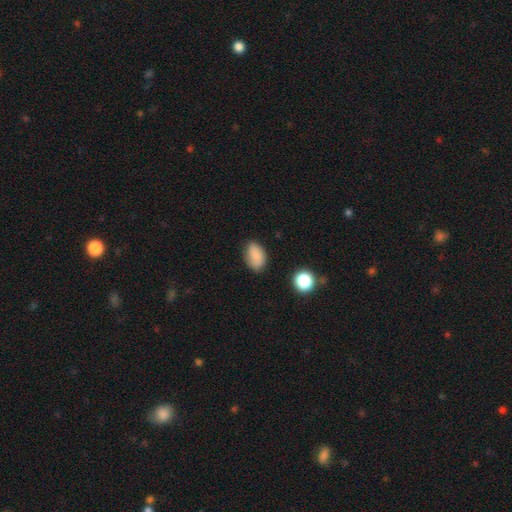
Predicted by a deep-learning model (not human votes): Smooth or featured: smooth — 80% (featured or disk — 10%)
How rounded: in between — 87% (round — 11%)
Merging: none — 75% (minor disturbance — 19%)